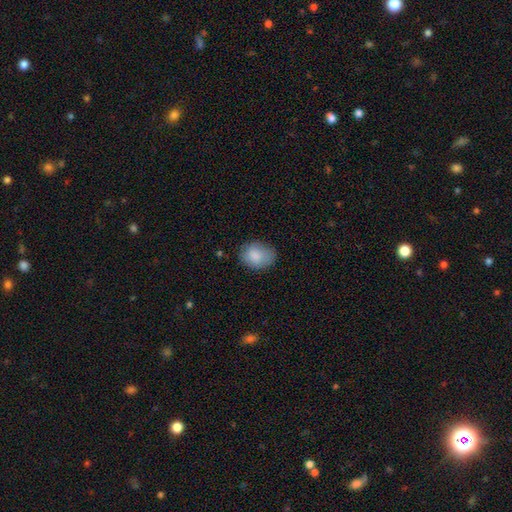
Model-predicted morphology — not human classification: A smooth galaxy with no disk features (85%) that is in between round and cigar-shaped (59%).

Vote fractions:
- Smooth or featured? smooth: 85% / featured or disk: 8% / star or artifact: 7%
- How rounded? in between: 59% / round: 40% / cigar-shaped: 1%
- Merging? none: 71% / minor disturbance: 22% / major disturbance: 5% / merger: 1%